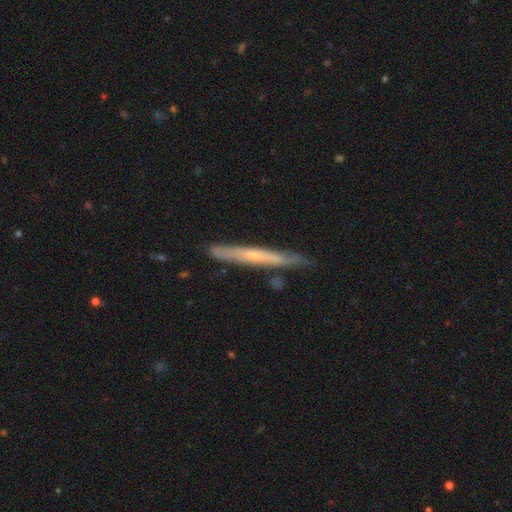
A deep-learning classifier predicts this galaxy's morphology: This appears to be a featured or disk galaxy (55%) viewed edge-on (92%) with no central bulge (68%). Merging: none (80%).